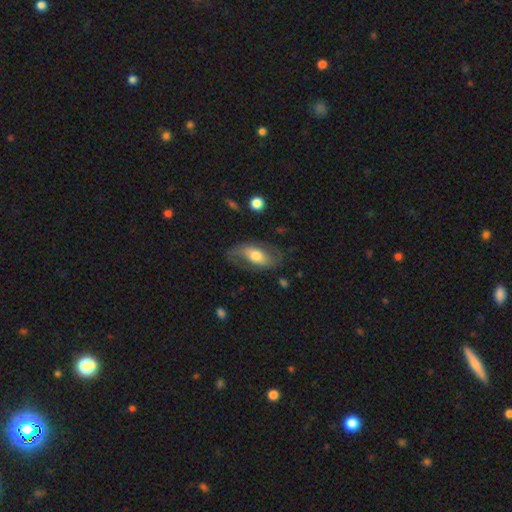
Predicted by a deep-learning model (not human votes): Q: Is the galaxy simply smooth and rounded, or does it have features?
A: featured or disk — 64%.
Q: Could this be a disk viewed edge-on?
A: no — 92%.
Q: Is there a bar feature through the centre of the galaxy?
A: no — 48%.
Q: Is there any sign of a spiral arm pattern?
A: yes — 84%.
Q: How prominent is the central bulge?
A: moderate — 63%.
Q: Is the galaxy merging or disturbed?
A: none — 66%.